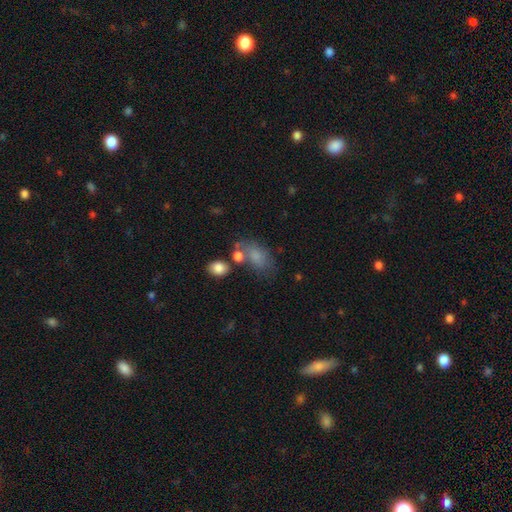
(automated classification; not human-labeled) smooth_or_featured: smooth (p=0.71) [alt: featured or disk p=0.17]
how_rounded: in between (p=0.85) [alt: round p=0.13]
merging: none (p=0.45) [alt: minor disturbance p=0.23]